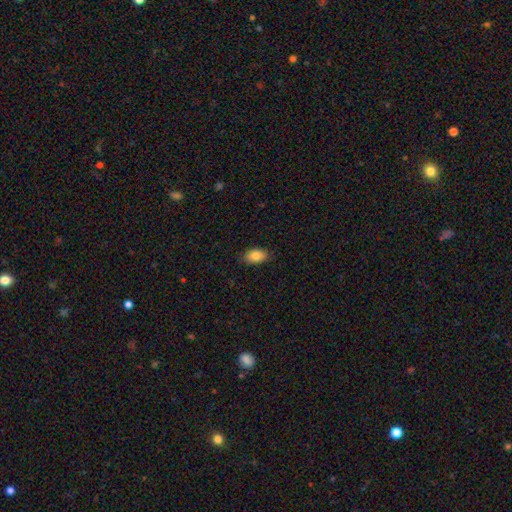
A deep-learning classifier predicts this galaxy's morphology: This appears to be a smooth galaxy with no disk features (84%) that is in between round and cigar-shaped (91%). Merging: none (86%).